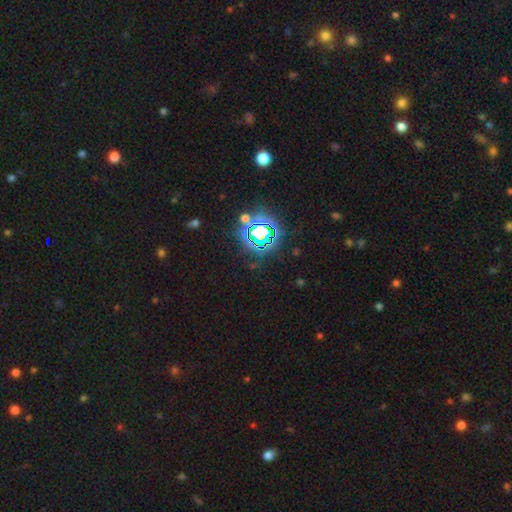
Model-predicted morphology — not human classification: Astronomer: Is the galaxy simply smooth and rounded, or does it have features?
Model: star or artifact — 80%.